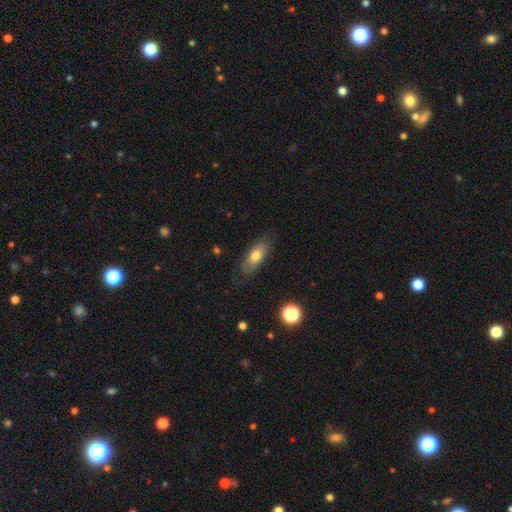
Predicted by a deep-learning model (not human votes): Smooth or featured? Predicted: smooth (p=0.71). How rounded? Predicted: in between (p=0.77). Merging? Predicted: none (p=0.79).